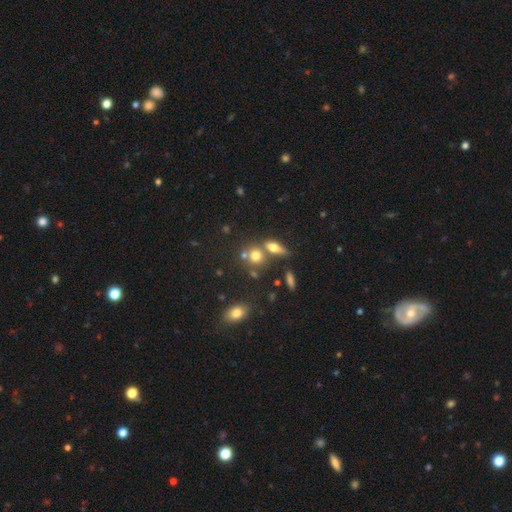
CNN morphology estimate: smooth-or-featured: smooth: 71% | featured or disk: 15% | star or artifact: 15%
  how-rounded: round: 66% | in between: 30% | cigar-shaped: 4%
  merging: none: 48% | merger: 37% | minor disturbance: 10% | major disturbance: 5%